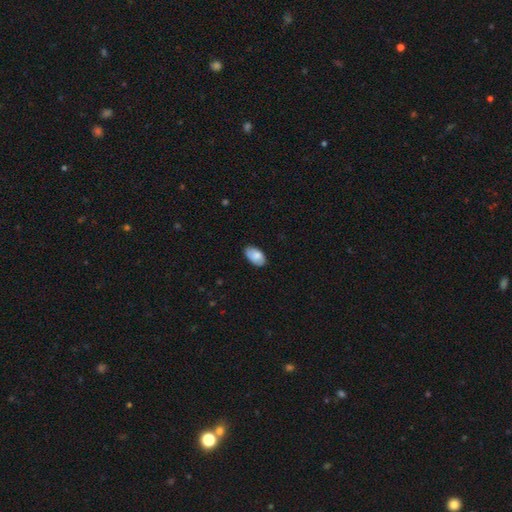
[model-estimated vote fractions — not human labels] The model was most divided on "merging": none: 82%, minor disturbance: 15%, major disturbance: 2%, merger: 1%. More confident: how rounded — in between (94%); smooth or featured — smooth (80%).